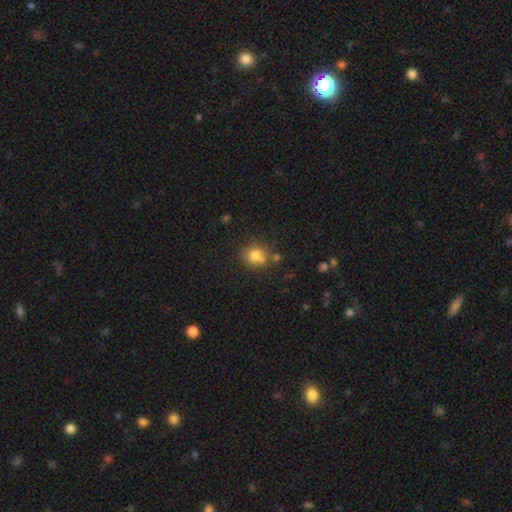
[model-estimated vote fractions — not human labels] The model was most divided on "merging": none: 66%, minor disturbance: 15%, merger: 15%, major disturbance: 4%. More confident: smooth or featured — smooth (79%); how rounded — round (79%).